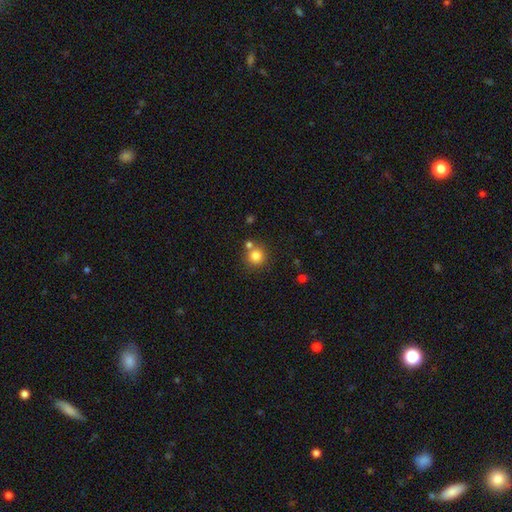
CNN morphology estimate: A smooth galaxy with no disk features (82%) that is round (92%).

Vote fractions:
- Smooth or featured? smooth: 82% / star or artifact: 12% / featured or disk: 7%
- How rounded? round: 92% / in between: 7% / cigar-shaped: 1%
- Merging? none: 72% / merger: 17% / minor disturbance: 8% / major disturbance: 3%